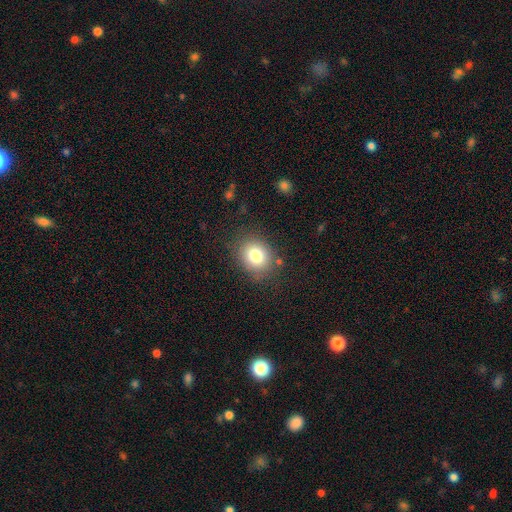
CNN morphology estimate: This appears to be a smooth galaxy with no disk features (80%) that is round (61%). Merging: none (82%).